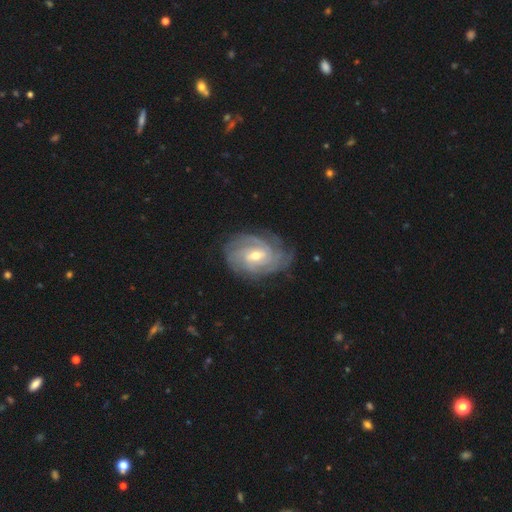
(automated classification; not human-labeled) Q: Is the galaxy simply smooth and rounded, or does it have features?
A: featured or disk — 87%.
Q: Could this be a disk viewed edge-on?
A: no — 97%.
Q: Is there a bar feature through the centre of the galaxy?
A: weak — 53%.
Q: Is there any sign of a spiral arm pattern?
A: yes — 96%.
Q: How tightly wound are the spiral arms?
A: tight — 73%.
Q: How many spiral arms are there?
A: can't tell — 35%.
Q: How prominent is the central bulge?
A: moderate — 59%.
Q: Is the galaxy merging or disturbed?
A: none — 73%.